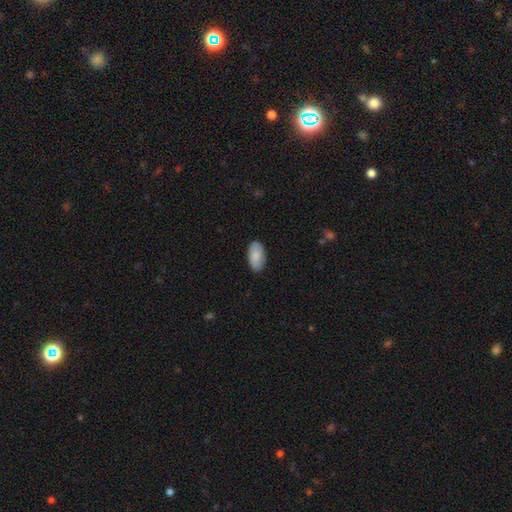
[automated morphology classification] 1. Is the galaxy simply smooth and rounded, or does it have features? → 85% smooth, 9% featured or disk, 6% star or artifact.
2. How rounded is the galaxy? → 95% in between, 3% round, 2% cigar-shaped.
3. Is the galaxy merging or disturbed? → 85% none, 12% minor disturbance, 2% major disturbance, 1% merger.